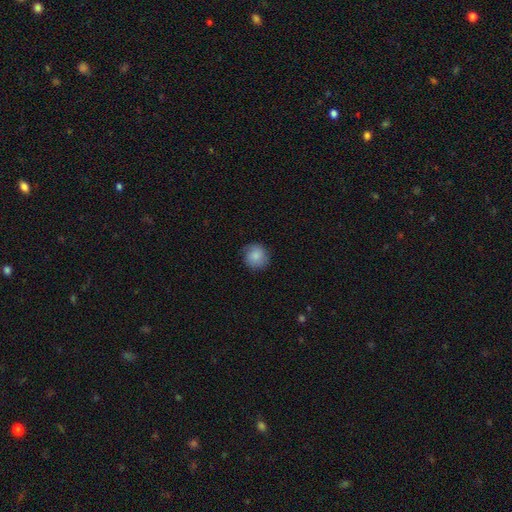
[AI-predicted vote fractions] Smooth or featured: smooth — 85% (featured or disk — 8%)
How rounded: round — 90% (in between — 9%)
Merging: none — 82% (minor disturbance — 14%)